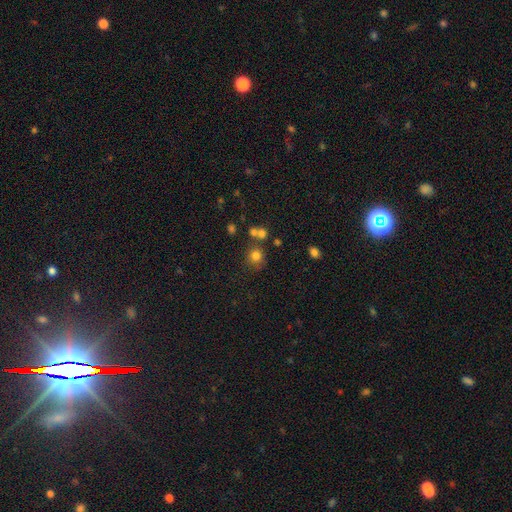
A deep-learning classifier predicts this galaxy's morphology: Overall: smooth (76%). How rounded: round (88%). Merging: none (66%).